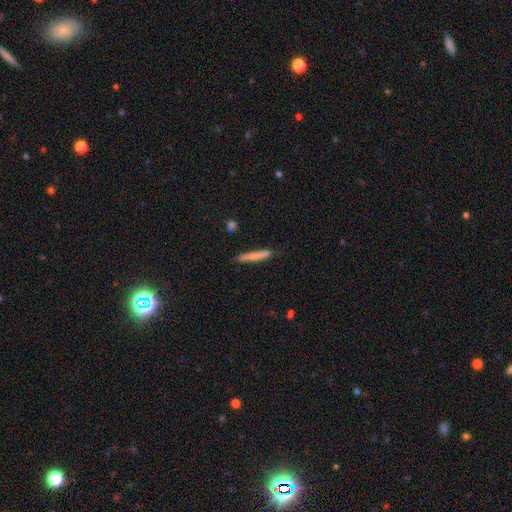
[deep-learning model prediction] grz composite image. It shows a smooth galaxy with no disk features (77%) that is cigar-shaped (95%). Merging: none (84%).